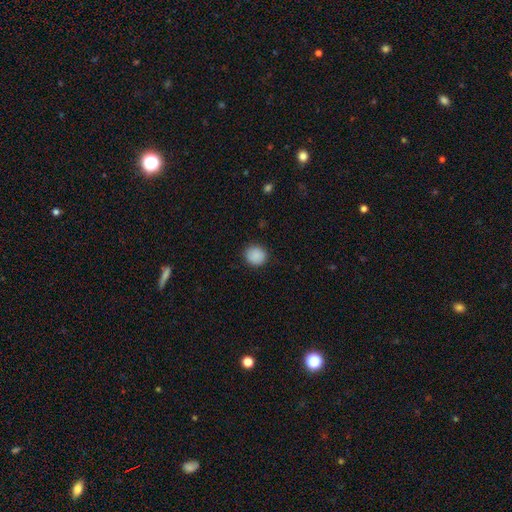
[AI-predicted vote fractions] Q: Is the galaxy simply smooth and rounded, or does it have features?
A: smooth — 89%.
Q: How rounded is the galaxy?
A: round — 90%.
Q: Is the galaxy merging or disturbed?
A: none — 89%.